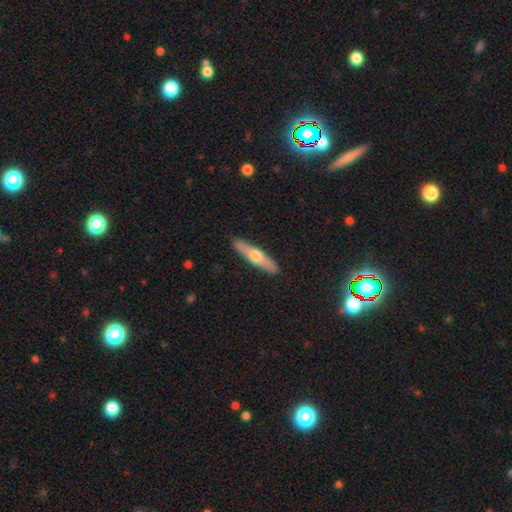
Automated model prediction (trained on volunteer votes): This is possibly a featured or disk galaxy (50%). Merging: clearly none (90%).